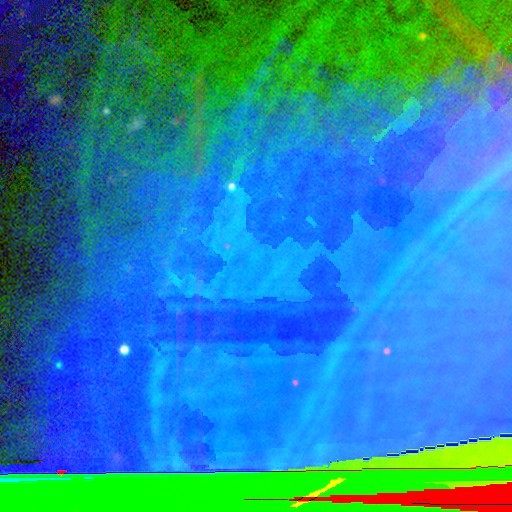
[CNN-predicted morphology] Smooth or featured?
  - star or artifact: 78% *
  - featured or disk: 13%
  - smooth: 9%